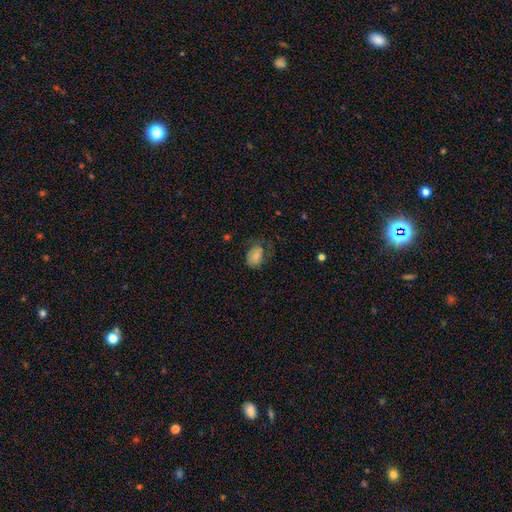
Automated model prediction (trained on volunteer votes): A smooth galaxy with no disk features (70%) that is in between round and cigar-shaped (77%). Merging: none (42%).